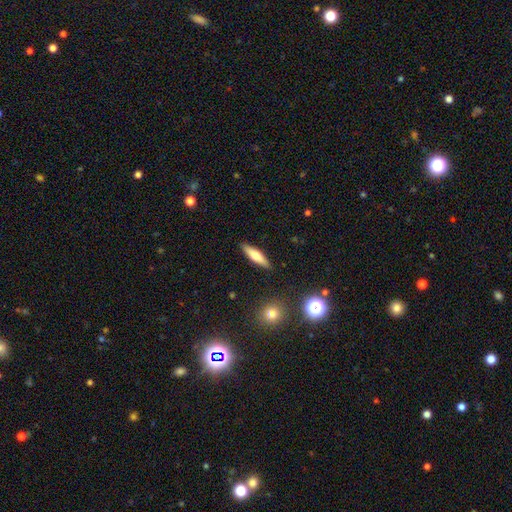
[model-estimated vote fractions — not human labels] A smooth galaxy with no disk features (62%) that is cigar-shaped (72%).

Vote fractions:
- Smooth or featured? smooth: 62% / featured or disk: 31% / star or artifact: 7%
- How rounded? cigar-shaped: 72% / in between: 26% / round: 2%
- Merging? none: 89% / minor disturbance: 8% / major disturbance: 2% / merger: 1%